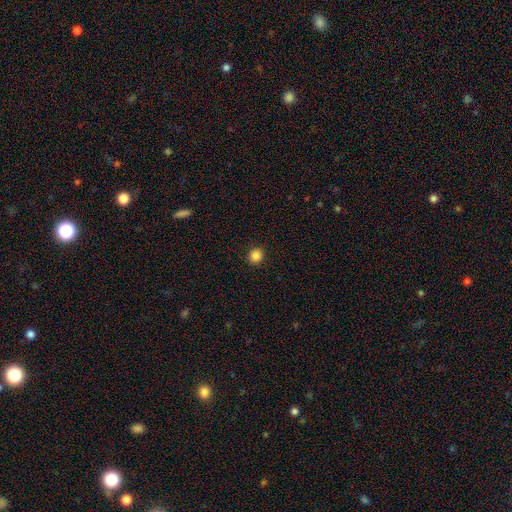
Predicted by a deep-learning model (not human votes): Overall: smooth (86%). How rounded: round (84%). Merging: none (91%).